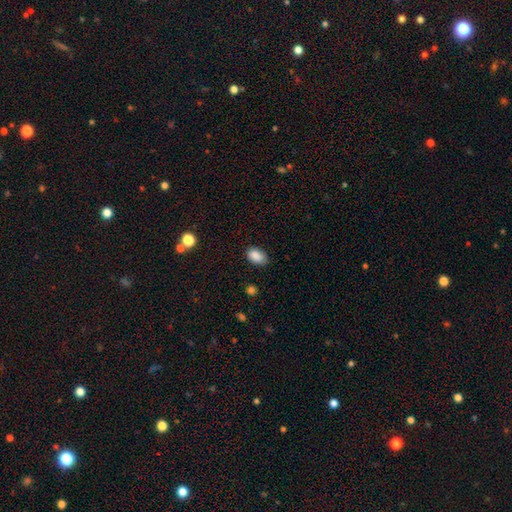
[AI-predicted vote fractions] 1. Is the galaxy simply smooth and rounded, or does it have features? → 88% smooth, 8% star or artifact, 4% featured or disk.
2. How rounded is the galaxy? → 90% in between, 9% round, 1% cigar-shaped.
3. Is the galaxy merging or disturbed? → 79% none, 17% minor disturbance, 3% major disturbance, 1% merger.